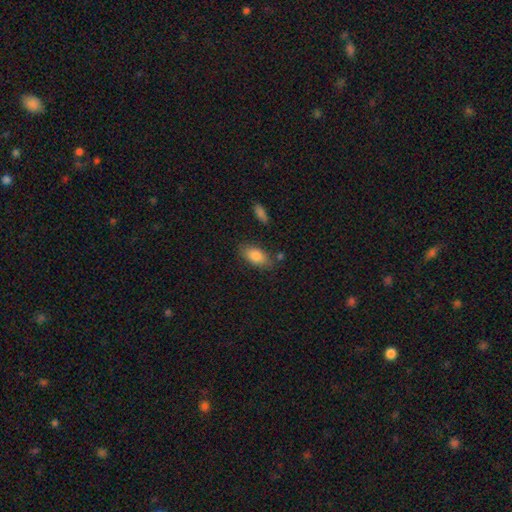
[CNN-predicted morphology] smooth 84%, featured or disk 9%, star or artifact 7%. Down the decision tree: how rounded — in between (90%); merging — none (77%).